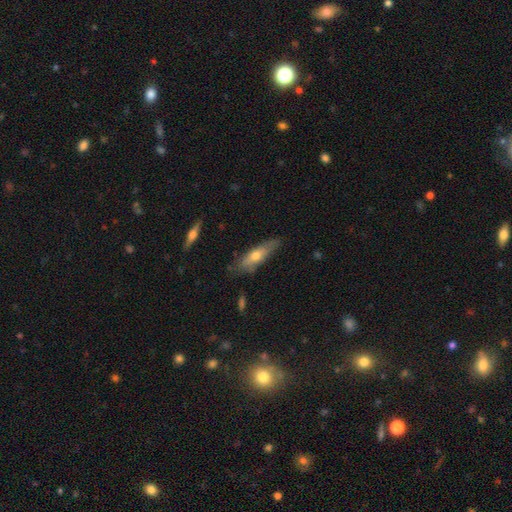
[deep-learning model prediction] Smooth or featured? Predicted: smooth (p=0.54). How rounded? Predicted: cigar-shaped (p=0.61). Merging? Predicted: none (p=0.70).